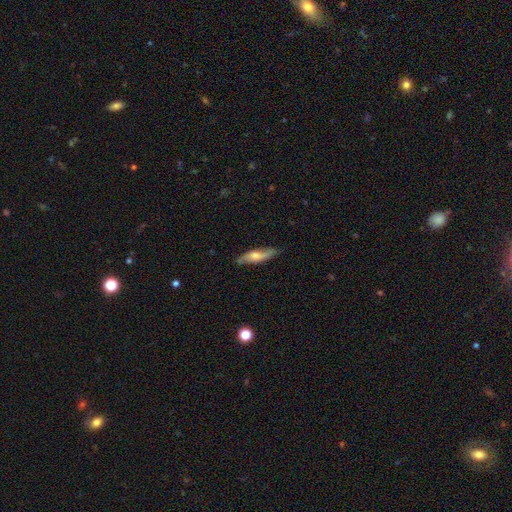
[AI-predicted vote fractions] This is possibly a featured or disk galaxy (49%). Merging: likely none (77%).